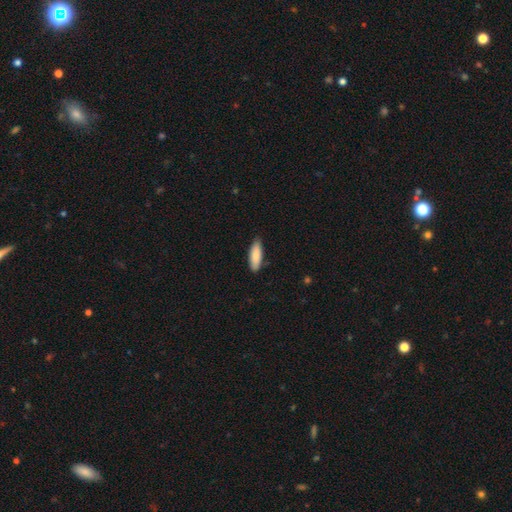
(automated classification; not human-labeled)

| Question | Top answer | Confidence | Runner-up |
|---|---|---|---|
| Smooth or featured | smooth | 87% | featured or disk (8%) |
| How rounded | in between | 58% | cigar-shaped (40%) |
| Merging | none | 84% | minor disturbance (13%) |